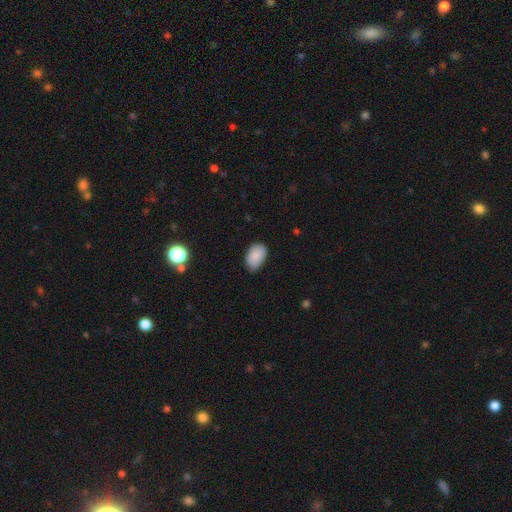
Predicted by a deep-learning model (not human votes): This appears to be a smooth galaxy with no disk features (86%) that is in between round and cigar-shaped (89%). Merging: none (67%).